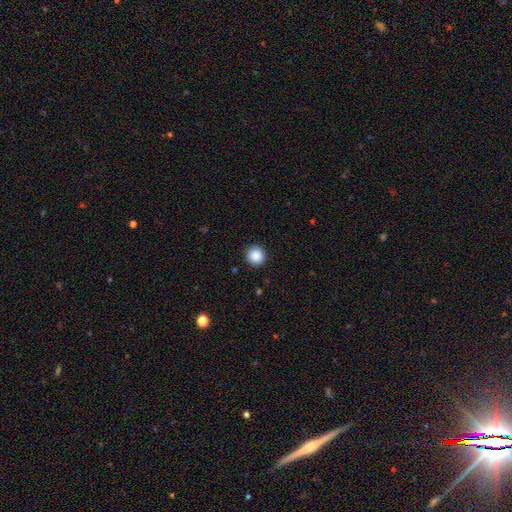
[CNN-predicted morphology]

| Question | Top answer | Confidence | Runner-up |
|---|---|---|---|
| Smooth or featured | smooth | 88% | star or artifact (9%) |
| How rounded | round | 94% | in between (5%) |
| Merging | none | 92% | minor disturbance (6%) |